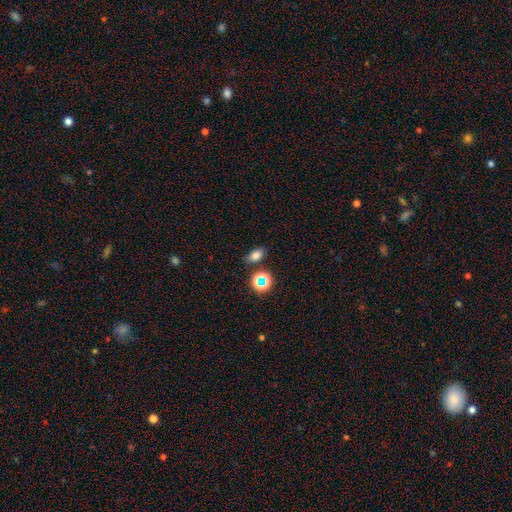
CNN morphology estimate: type=smooth (74%); roundness=in between (80%); merging=none (78%).